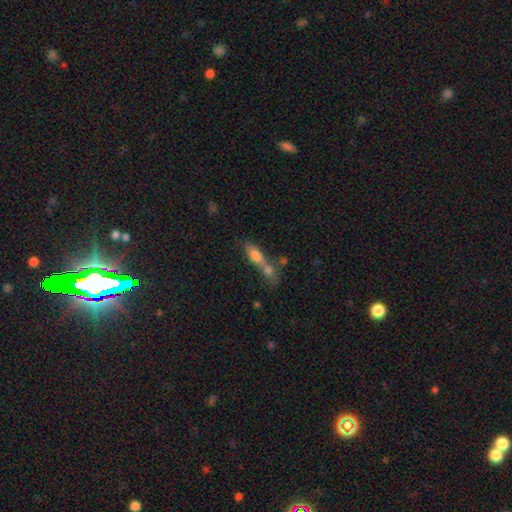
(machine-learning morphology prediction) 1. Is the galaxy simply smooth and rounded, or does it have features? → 67% smooth, 23% featured or disk, 9% star or artifact.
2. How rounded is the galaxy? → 54% in between, 40% cigar-shaped, 6% round.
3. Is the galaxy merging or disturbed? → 60% merger, 23% none, 10% minor disturbance, 8% major disturbance.